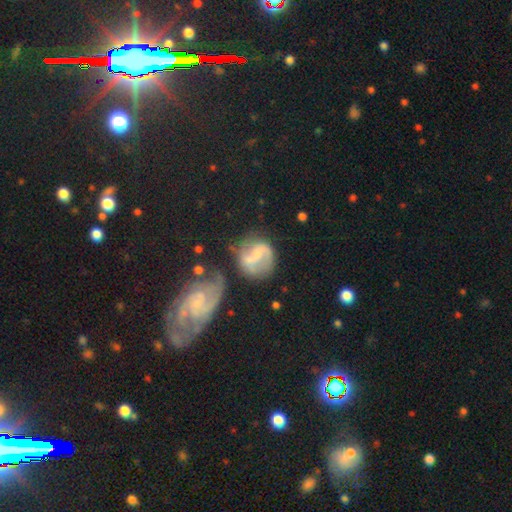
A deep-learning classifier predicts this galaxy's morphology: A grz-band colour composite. It shows a featured or disk galaxy (73%) with a weak bar (48%), 2 (82%) medium (46%) spiral arms (90%) and a small central bulge (50%). Merging: none (56%).